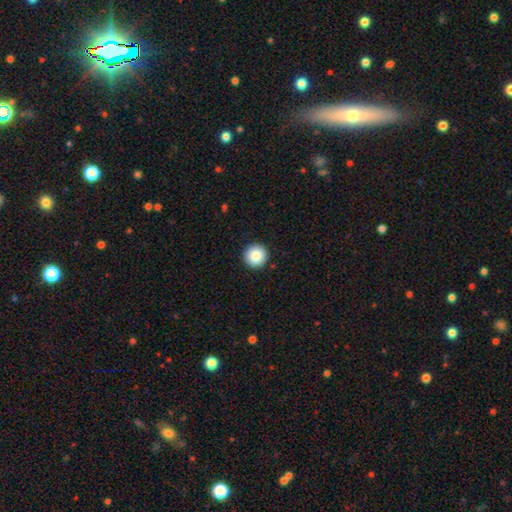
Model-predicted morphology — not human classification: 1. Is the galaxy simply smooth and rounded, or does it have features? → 87% smooth, 8% star or artifact, 5% featured or disk.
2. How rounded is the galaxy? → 96% round, 3% in between, 1% cigar-shaped.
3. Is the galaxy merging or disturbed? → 93% none, 5% minor disturbance, 1% major disturbance, 1% merger.